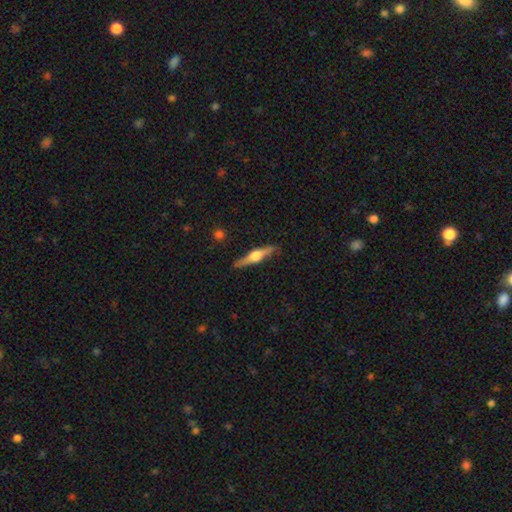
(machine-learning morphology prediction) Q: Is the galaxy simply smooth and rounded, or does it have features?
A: featured or disk — 74%.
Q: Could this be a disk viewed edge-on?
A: yes — 97%.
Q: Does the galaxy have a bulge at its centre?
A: rounded — 94%.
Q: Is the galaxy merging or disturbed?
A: none — 88%.